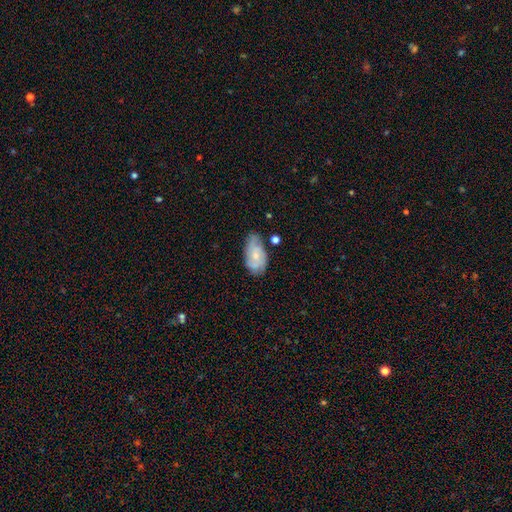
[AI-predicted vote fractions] Morphology: type=featured or disk (52%); edge-on=no (95%); merging=none (57%).